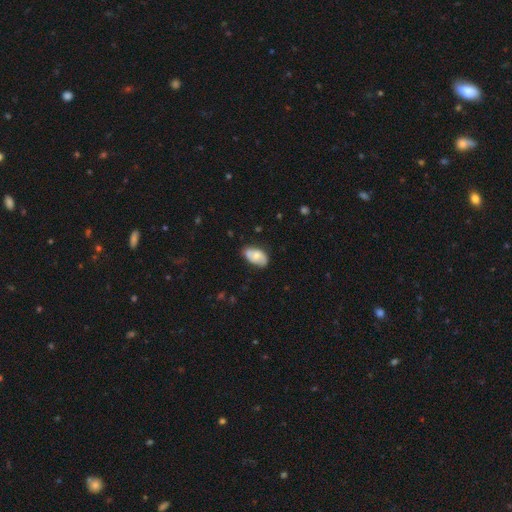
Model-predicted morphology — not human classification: A smooth galaxy with no disk features (61%) that is in between round and cigar-shaped (93%).

Vote fractions:
- Smooth or featured? smooth: 61% / featured or disk: 32% / star or artifact: 7%
- How rounded? in between: 93% / round: 5% / cigar-shaped: 2%
- Merging? none: 66% / minor disturbance: 26% / major disturbance: 5% / merger: 3%